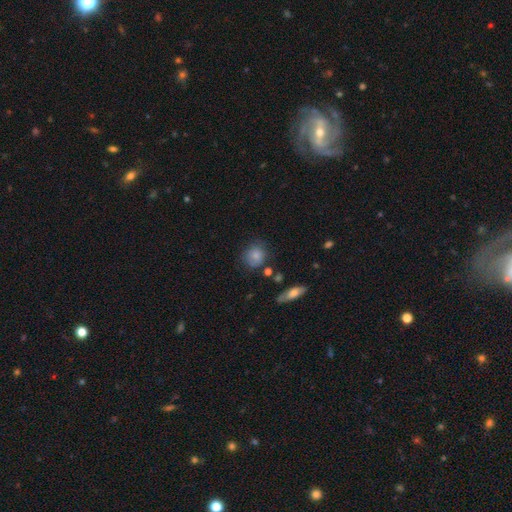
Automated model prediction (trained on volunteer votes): A smooth galaxy with no disk features (79%) that is round (79%).

Vote fractions:
- Smooth or featured? smooth: 79% / featured or disk: 11% / star or artifact: 9%
- How rounded? round: 79% / in between: 20% / cigar-shaped: 1%
- Merging? none: 67% / minor disturbance: 21% / major disturbance: 7% / merger: 4%